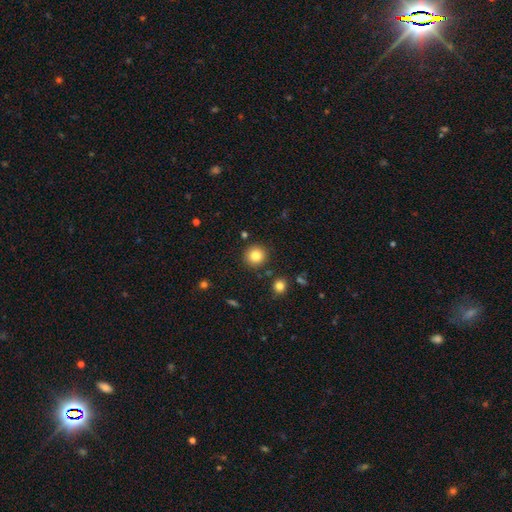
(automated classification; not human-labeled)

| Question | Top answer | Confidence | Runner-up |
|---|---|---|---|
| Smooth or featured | smooth | 83% | star or artifact (11%) |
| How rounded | round | 93% | in between (6%) |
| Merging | none | 89% | minor disturbance (6%) |